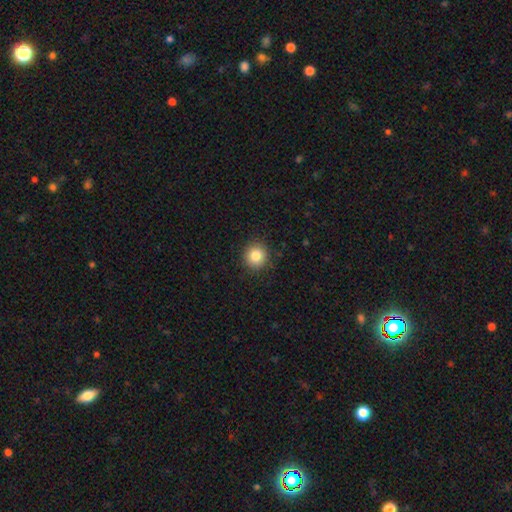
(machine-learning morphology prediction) The model was most divided on "smooth or featured": smooth: 83%, star or artifact: 11%, featured or disk: 6%. More confident: how rounded — round (92%); merging — none (91%).